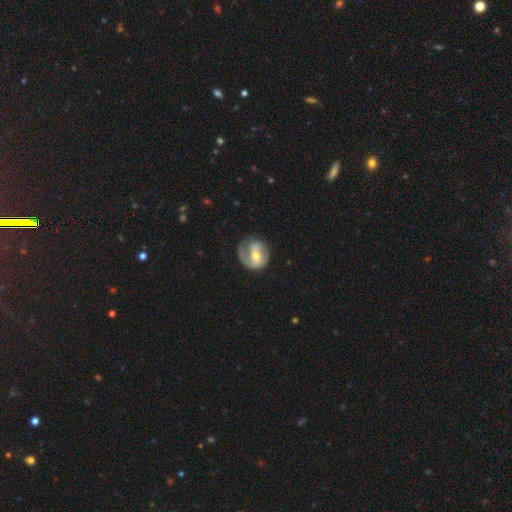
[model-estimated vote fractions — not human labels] A featured or disk galaxy (66%) with a weak bar (42%), 2 (50%) medium (40%) spiral arms (81%) and a moderate central bulge (54%). Merging: none (58%).